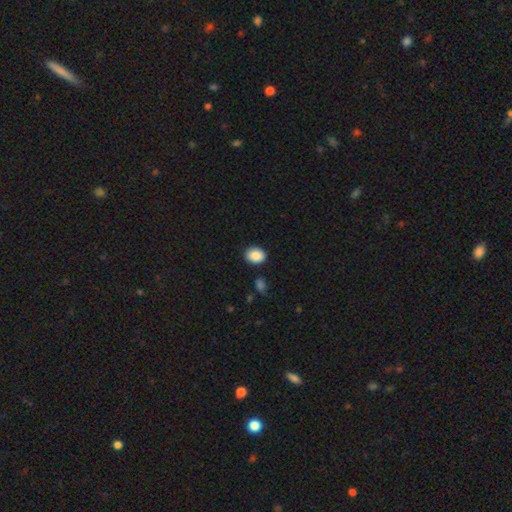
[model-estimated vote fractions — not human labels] This appears to be a smooth galaxy with no disk features (88%) that is in between round and cigar-shaped (62%). Merging: none (87%).